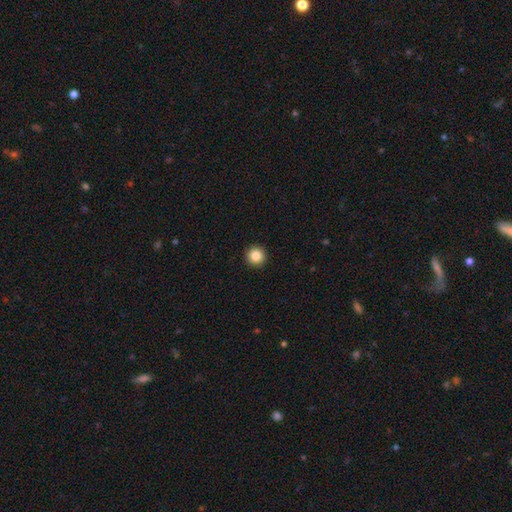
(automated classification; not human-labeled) Smooth or featured?
  - smooth: 86% *
  - star or artifact: 10%
  - featured or disk: 5%
How rounded?
  - round: 96% *
  - in between: 3%
  - cigar-shaped: 1%
Merging?
  - none: 94% *
  - minor disturbance: 4%
  - major disturbance: 1%
  - merger: 1%